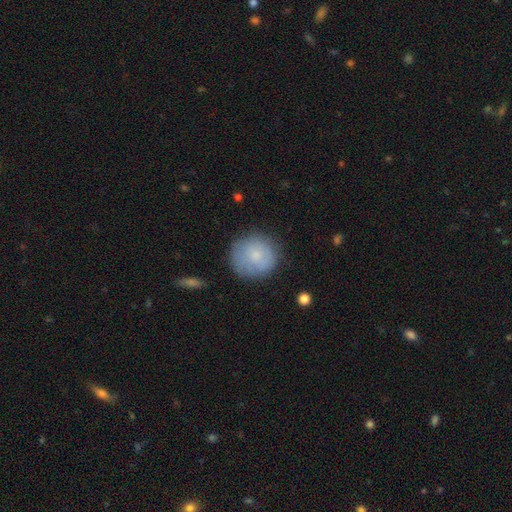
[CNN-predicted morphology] This appears to be a smooth galaxy with no disk features (76%) that is round (92%). Merging: none (78%).